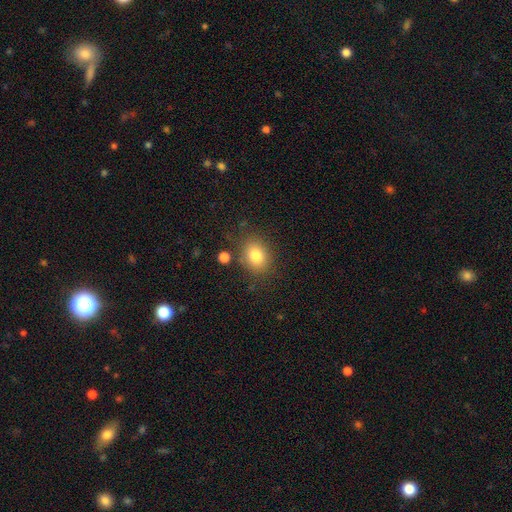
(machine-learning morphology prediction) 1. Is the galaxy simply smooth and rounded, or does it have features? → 81% smooth, 10% star or artifact, 9% featured or disk.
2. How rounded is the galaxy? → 51% round, 48% in between, 1% cigar-shaped.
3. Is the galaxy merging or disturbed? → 80% none, 12% minor disturbance, 4% merger, 4% major disturbance.